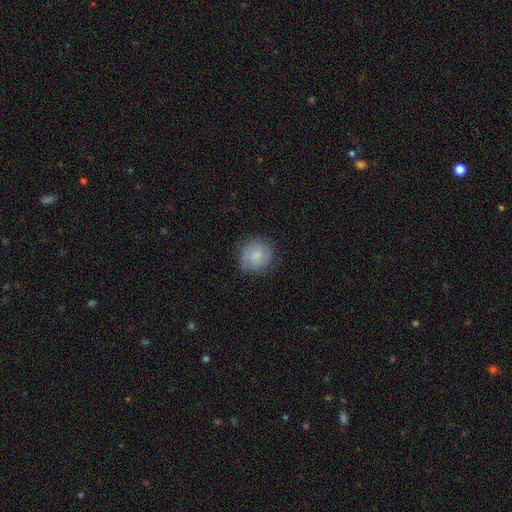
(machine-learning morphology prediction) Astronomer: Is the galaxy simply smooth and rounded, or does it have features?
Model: smooth — 74%.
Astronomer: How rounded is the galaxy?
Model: round — 86%.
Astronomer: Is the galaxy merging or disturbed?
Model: none — 77%.